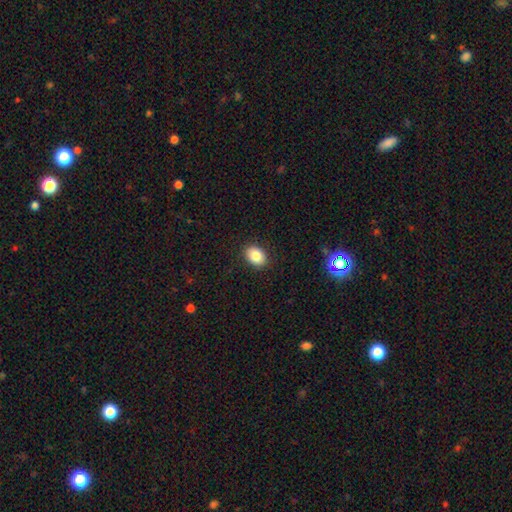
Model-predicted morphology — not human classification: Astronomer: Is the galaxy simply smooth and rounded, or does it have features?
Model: smooth — 85%.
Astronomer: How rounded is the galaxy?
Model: in between — 71%.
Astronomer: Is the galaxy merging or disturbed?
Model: none — 89%.